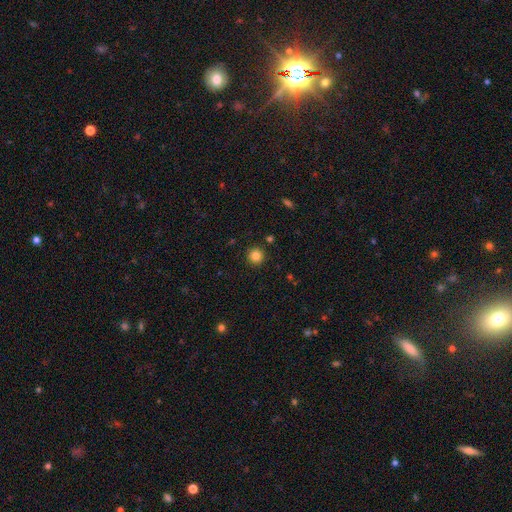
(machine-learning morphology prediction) smooth 84%, star or artifact 11%, featured or disk 5%. Down the decision tree: how rounded — round (95%); merging — none (92%).